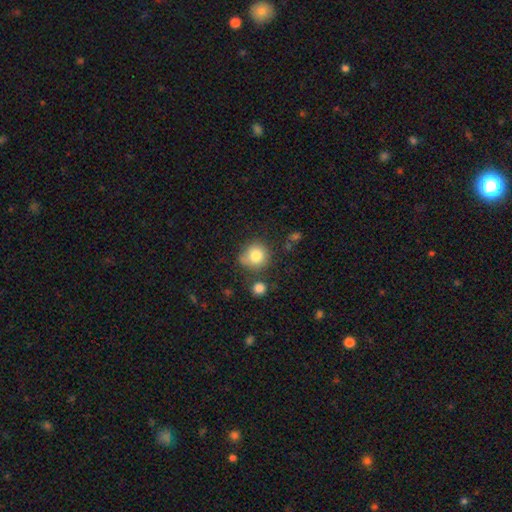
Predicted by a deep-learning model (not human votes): This is clearly a smooth galaxy (80%). How rounded: clearly round (88%). Merging: likely none (67%).